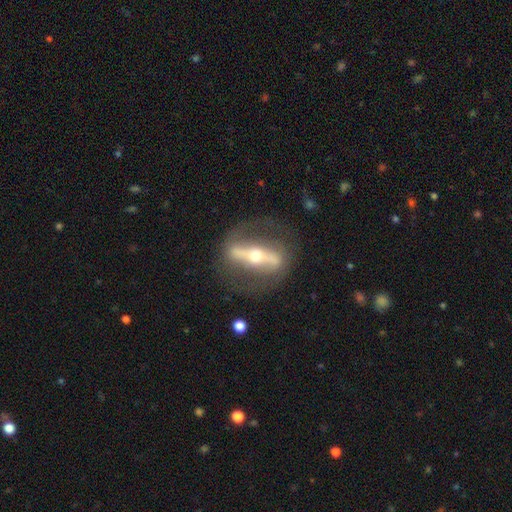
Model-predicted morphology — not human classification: This is clearly a featured or disk galaxy (83%). It is possibly not viewed edge-on (57%). Merging: likely none (75%).